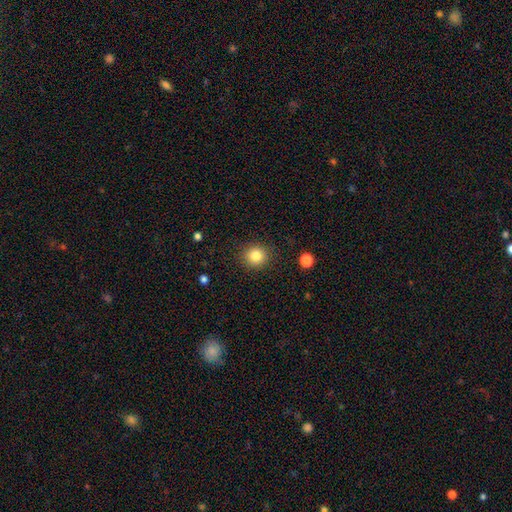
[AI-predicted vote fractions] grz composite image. It shows a smooth galaxy with no disk features (83%) that is round (87%). Merging: none (89%).